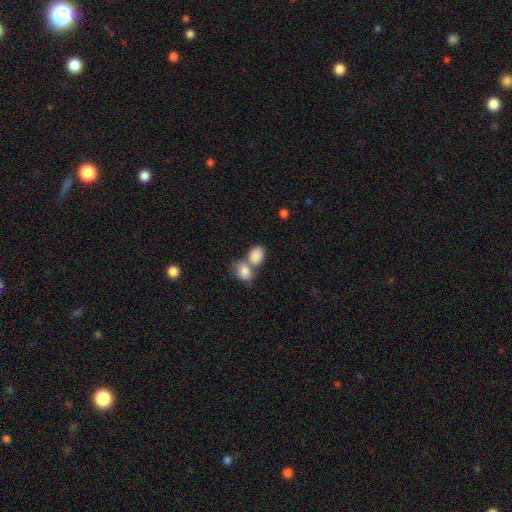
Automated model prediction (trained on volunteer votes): Q: Smooth or featured?
A: smooth (86%); runner-up: featured or disk (7%)
Q: How rounded?
A: in between (75%); runner-up: round (24%)
Q: Merging?
A: merger (58%); runner-up: none (30%)